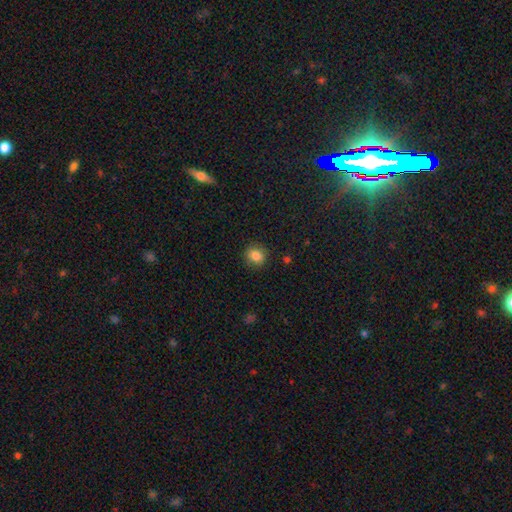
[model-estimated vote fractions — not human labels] A smooth galaxy with no disk features (85%) that is round (79%).

Vote fractions:
- Smooth or featured? smooth: 85% / star or artifact: 10% / featured or disk: 5%
- How rounded? round: 79% / in between: 20% / cigar-shaped: 1%
- Merging? none: 88% / minor disturbance: 8% / major disturbance: 2% / merger: 1%